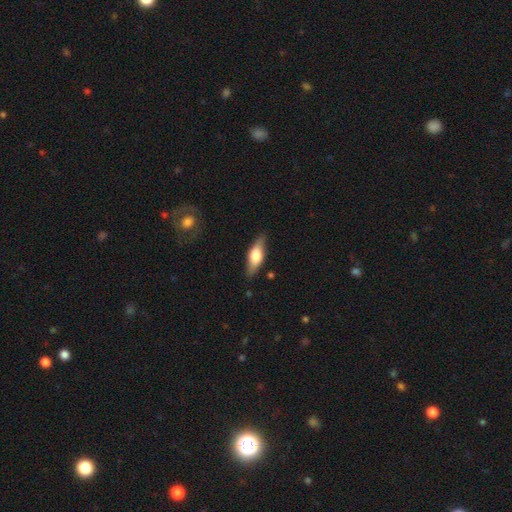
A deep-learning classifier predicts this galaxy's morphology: Smooth or featured? Predicted: smooth (p=0.55). How rounded? Predicted: in between (p=0.63). Merging? Predicted: none (p=0.83).